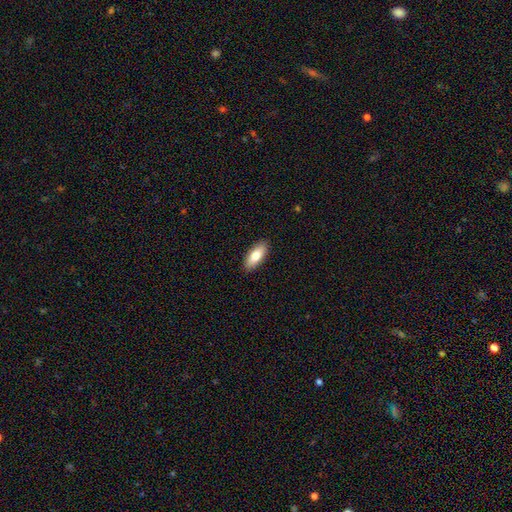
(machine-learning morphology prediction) type=smooth (81%); roundness=in between (81%); merging=none (89%).